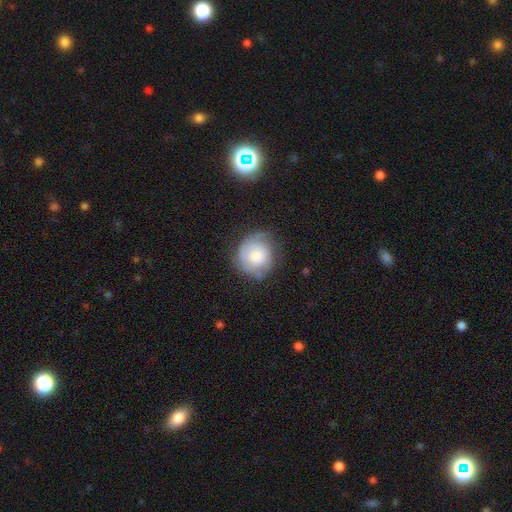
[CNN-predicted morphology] Smooth or featured? Predicted: smooth (p=0.50). How rounded? Predicted: round (p=0.84). Merging? Predicted: none (p=0.61).